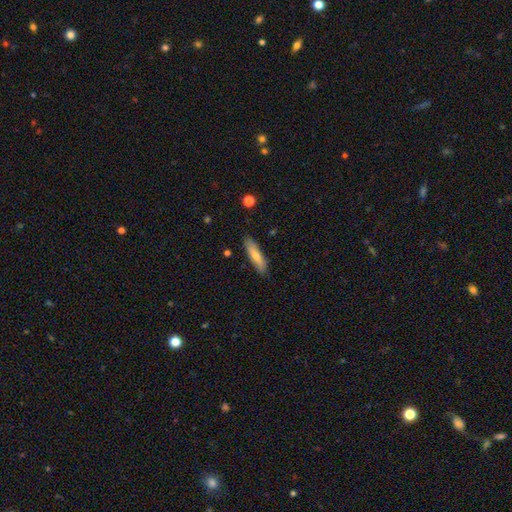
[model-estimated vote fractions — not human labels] Morphology: type=smooth (73%); roundness=cigar-shaped (72%); merging=none (85%).